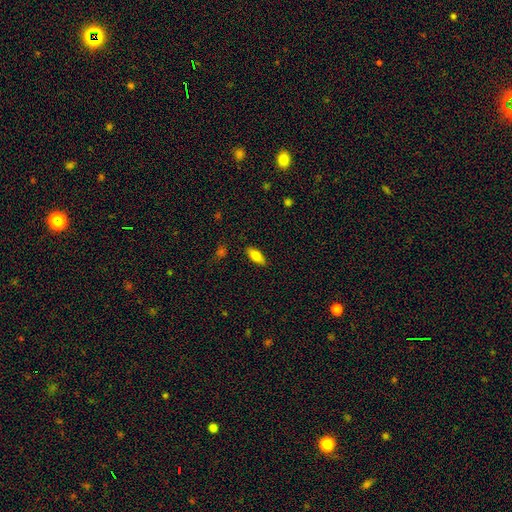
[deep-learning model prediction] Q: Smooth or featured?
A: smooth (76%); runner-up: featured or disk (16%)
Q: How rounded?
A: in between (81%); runner-up: cigar-shaped (17%)
Q: Merging?
A: none (87%); runner-up: minor disturbance (10%)